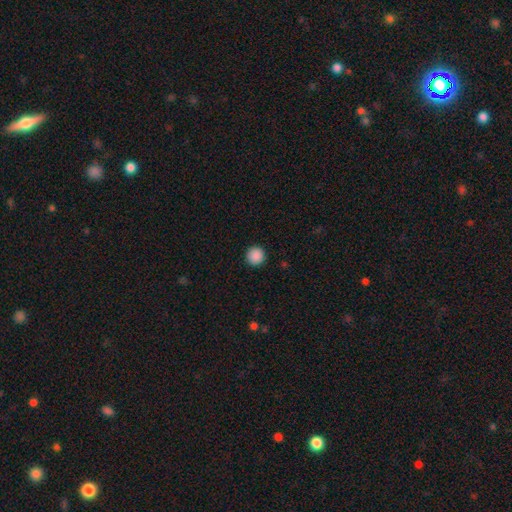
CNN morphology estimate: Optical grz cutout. It shows a smooth galaxy with no disk features (89%) that is round (96%). Merging: none (92%).